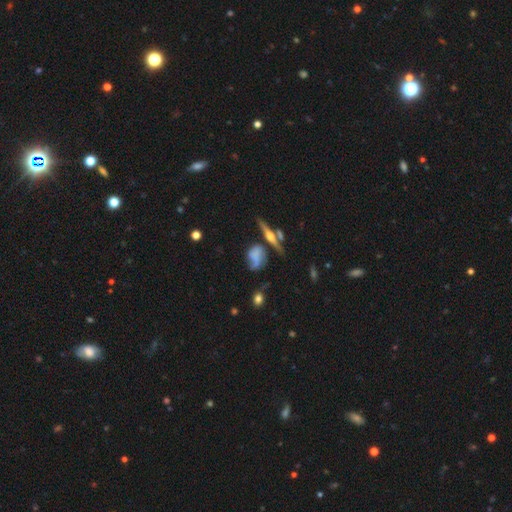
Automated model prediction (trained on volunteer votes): A featured or disk galaxy (47%). Merging: none (37%).